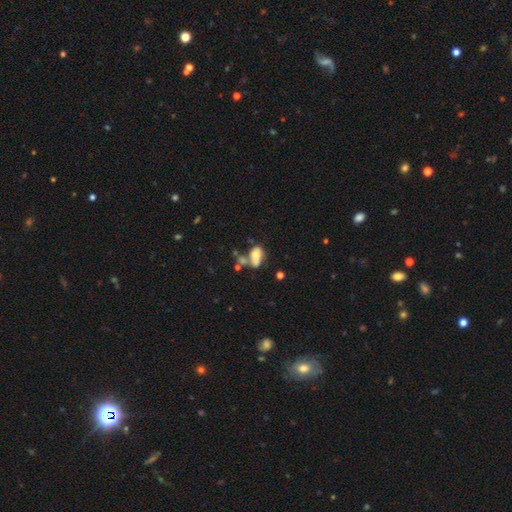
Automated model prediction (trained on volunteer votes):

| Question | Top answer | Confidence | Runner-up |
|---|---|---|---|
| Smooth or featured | smooth | 58% | featured or disk (31%) |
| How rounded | in between | 85% | round (10%) |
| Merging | merger | 38% | none (29%) |